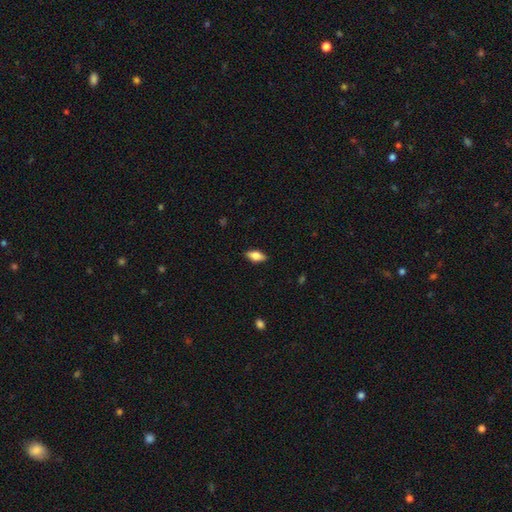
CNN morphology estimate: Smooth or featured?
  - smooth: 74% *
  - featured or disk: 19%
  - star or artifact: 7%
How rounded?
  - in between: 85% *
  - cigar-shaped: 12%
  - round: 3%
Merging?
  - none: 87% *
  - minor disturbance: 10%
  - major disturbance: 2%
  - merger: 1%